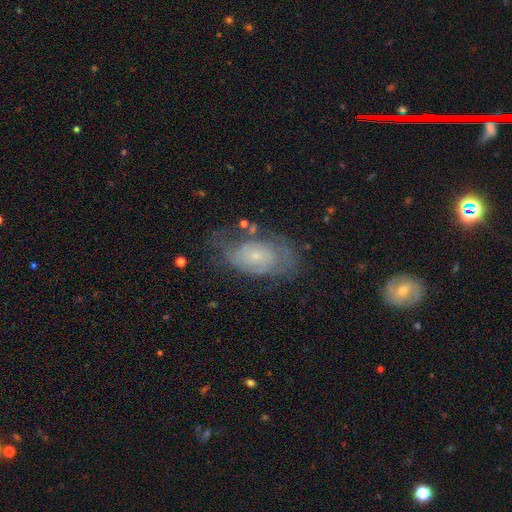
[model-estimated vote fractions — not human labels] The model was most divided on "smooth or featured": featured or disk: 59%, smooth: 31%, star or artifact: 10%. More confident: edge-on disk — no (94%); bar — no (80%); bulge size — small (74%); spiral arms — yes (68%); merging — none (56%).